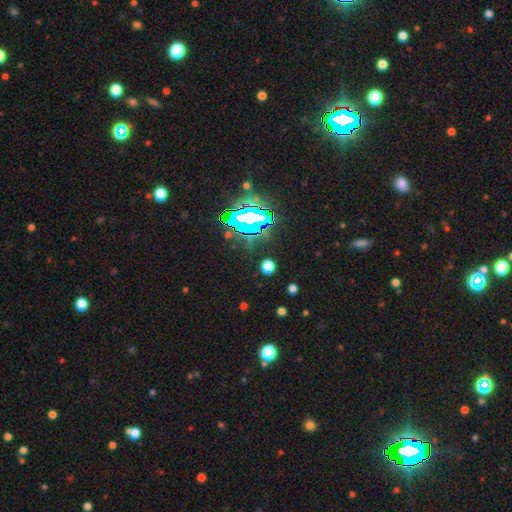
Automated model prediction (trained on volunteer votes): Smooth or featured? star or artifact (84%)